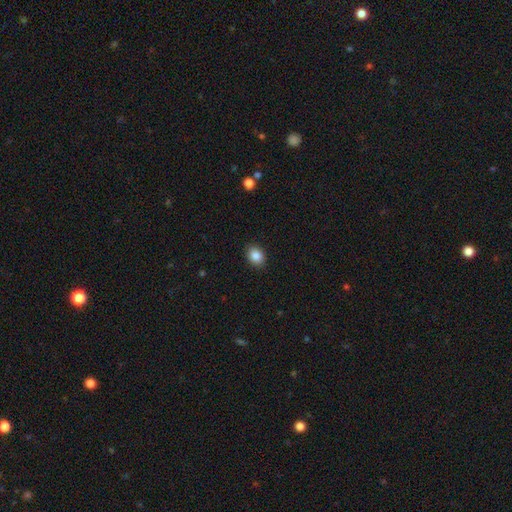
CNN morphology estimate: smooth-or-featured: smooth: 87% | star or artifact: 9% | featured or disk: 4%
  how-rounded: in between: 58% | round: 41% | cigar-shaped: 1%
  merging: none: 89% | minor disturbance: 8% | major disturbance: 2% | merger: 1%